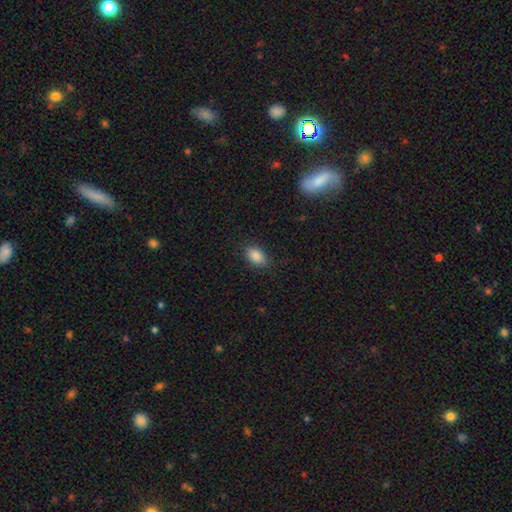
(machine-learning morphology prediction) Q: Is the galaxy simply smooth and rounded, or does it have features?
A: smooth — 88%.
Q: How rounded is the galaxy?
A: in between — 88%.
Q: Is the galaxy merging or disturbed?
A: none — 83%.